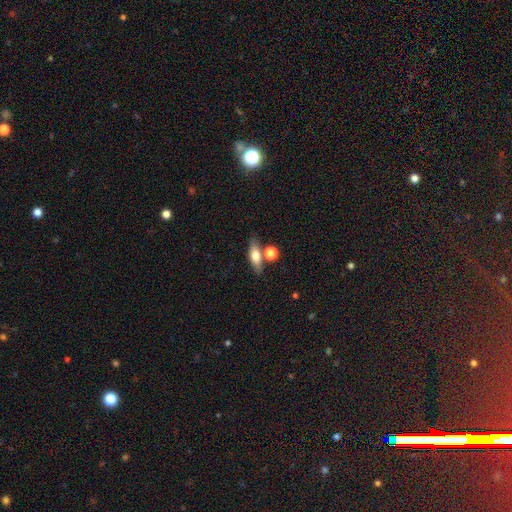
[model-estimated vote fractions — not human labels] smooth-or-featured: smooth: 63% | featured or disk: 29% | star or artifact: 8%
  how-rounded: in between: 59% | cigar-shaped: 32% | round: 9%
  merging: none: 66% | merger: 19% | minor disturbance: 12% | major disturbance: 4%